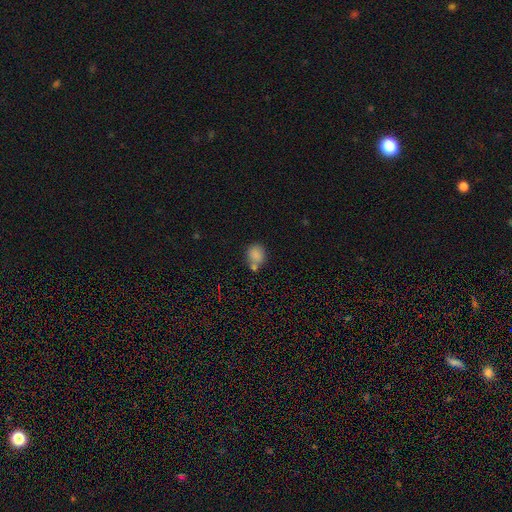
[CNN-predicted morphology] Q: Smooth or featured?
A: smooth (83%); runner-up: star or artifact (10%)
Q: How rounded?
A: round (71%); runner-up: in between (28%)
Q: Merging?
A: none (51%); runner-up: merger (31%)